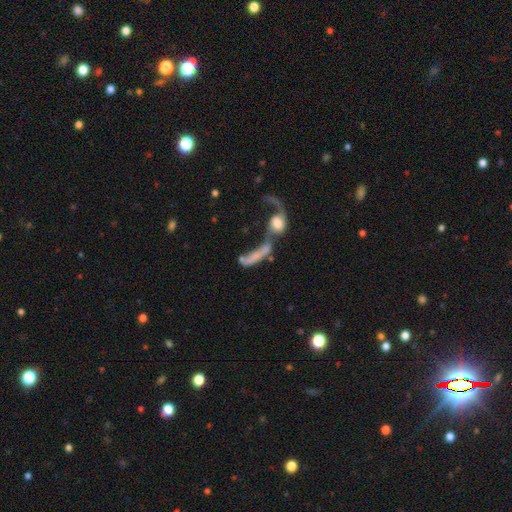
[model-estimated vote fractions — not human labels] A featured or disk galaxy (44%). Merging: merger (63%).